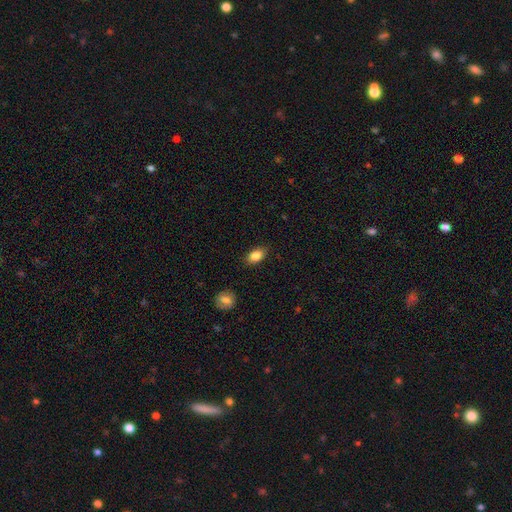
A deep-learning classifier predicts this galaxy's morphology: Q: Smooth or featured?
A: smooth (84%); runner-up: star or artifact (8%)
Q: How rounded?
A: in between (86%); runner-up: round (12%)
Q: Merging?
A: none (86%); runner-up: minor disturbance (11%)